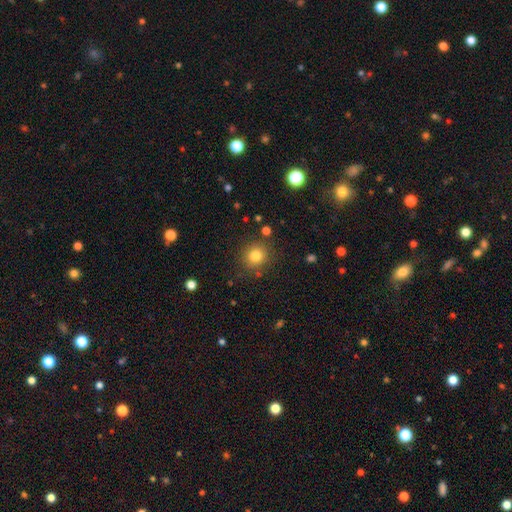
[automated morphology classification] This is clearly a smooth galaxy (81%). How rounded: clearly round (88%). Merging: clearly none (86%).